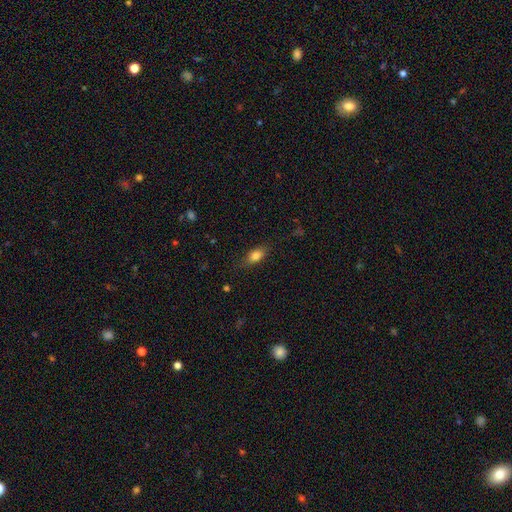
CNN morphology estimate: The model was most divided on "merging": none: 78%, minor disturbance: 17%, major disturbance: 5%, merger: 1%. More confident: how rounded — in between (80%); smooth or featured — smooth (80%).